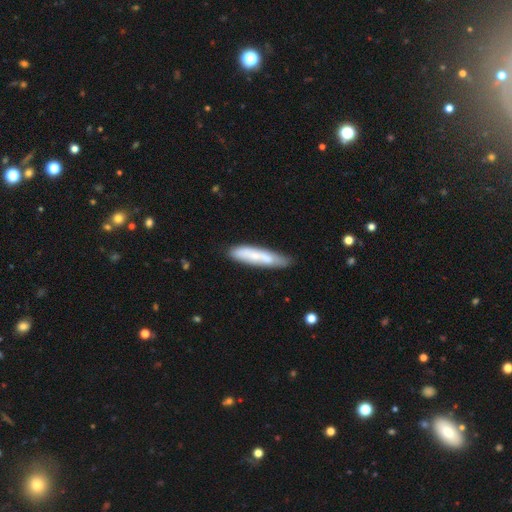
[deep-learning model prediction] Smooth or featured: smooth — 60% (featured or disk — 34%)
How rounded: cigar-shaped — 81% (in between — 18%)
Merging: none — 68% (minor disturbance — 20%)